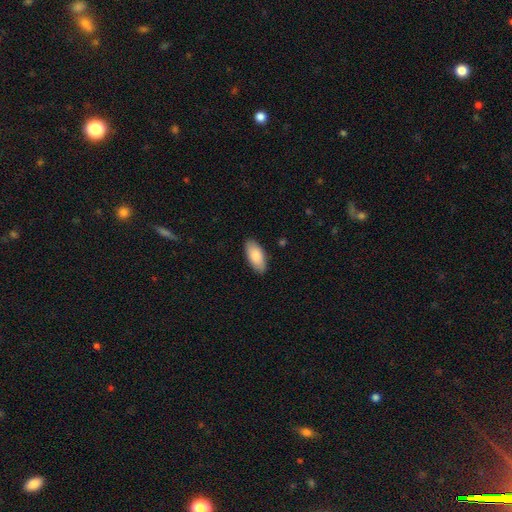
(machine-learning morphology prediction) smooth 87%, featured or disk 8%, star or artifact 6%. Down the decision tree: how rounded — in between (91%); merging — none (87%).